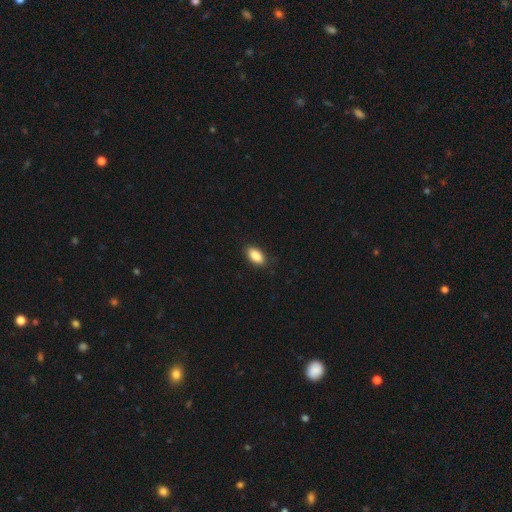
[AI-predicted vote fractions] Overall: smooth (88%). How rounded: in between (93%). Merging: none (87%).